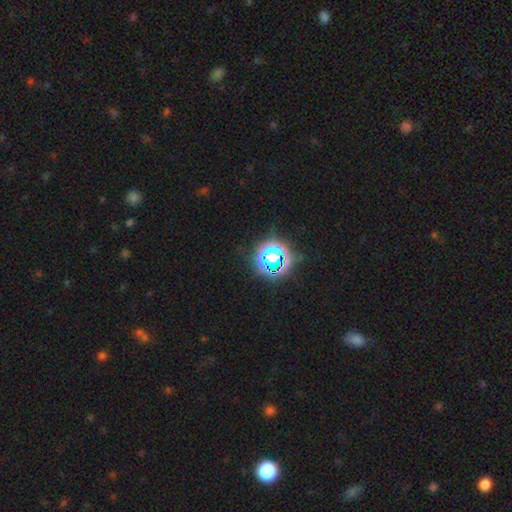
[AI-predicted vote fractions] Q: Smooth or featured?
A: star or artifact (75%); runner-up: smooth (18%)